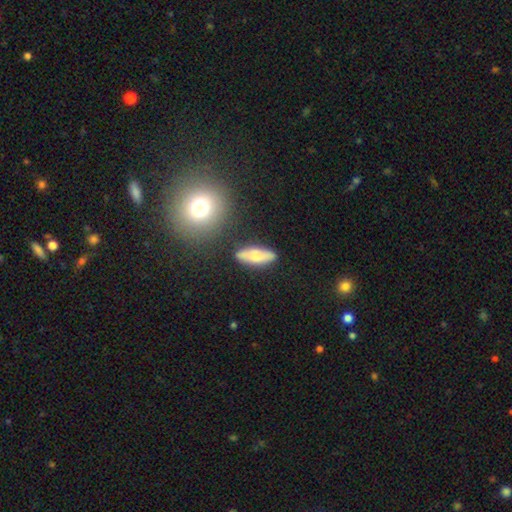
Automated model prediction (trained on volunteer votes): Q: Smooth or featured?
A: smooth (61%); runner-up: featured or disk (32%)
Q: How rounded?
A: in between (52%); runner-up: cigar-shaped (45%)
Q: Merging?
A: none (77%); runner-up: minor disturbance (15%)